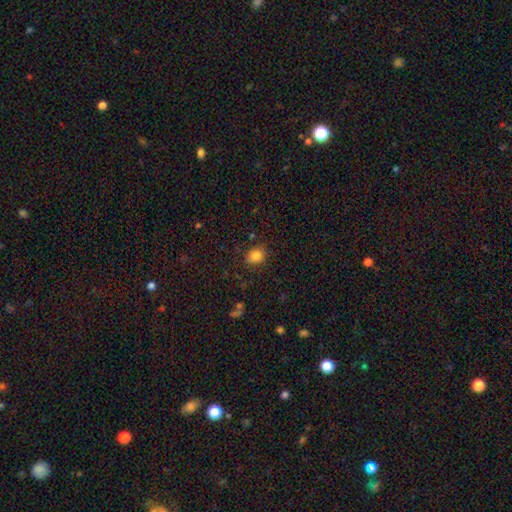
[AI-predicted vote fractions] Smooth or featured? smooth (83%)
How rounded? round (56%)
Merging? none (78%)